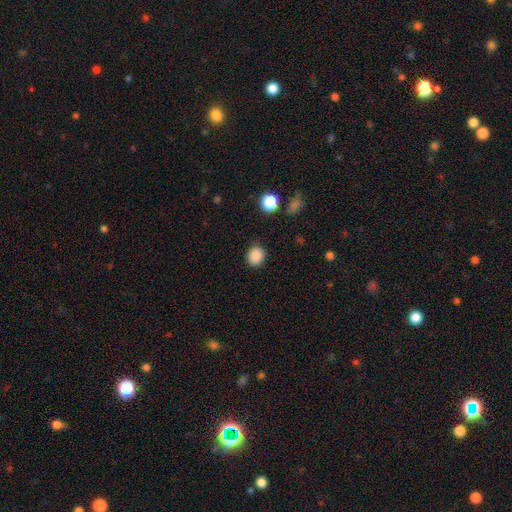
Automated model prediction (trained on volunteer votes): A smooth galaxy with no disk features (87%) that is round (71%). Merging: none (86%).